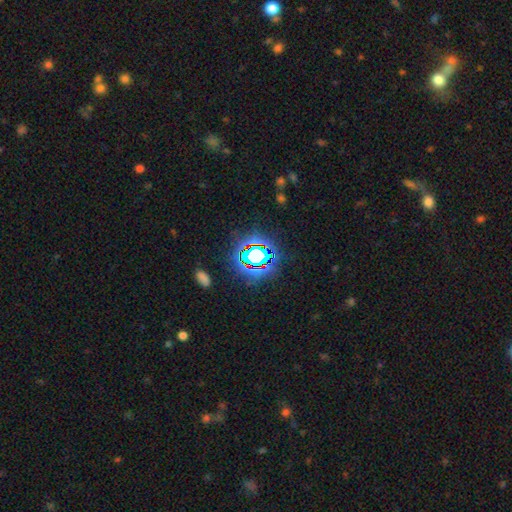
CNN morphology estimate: Q: Smooth or featured?
A: star or artifact (69%); runner-up: smooth (19%)